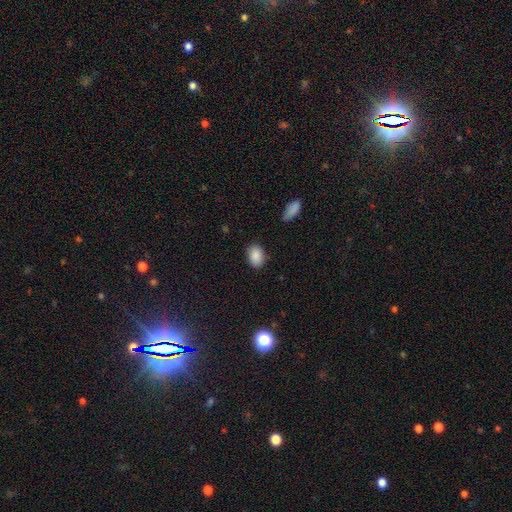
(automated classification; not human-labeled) Overall: smooth (88%). How rounded: in between (83%). Merging: none (85%).